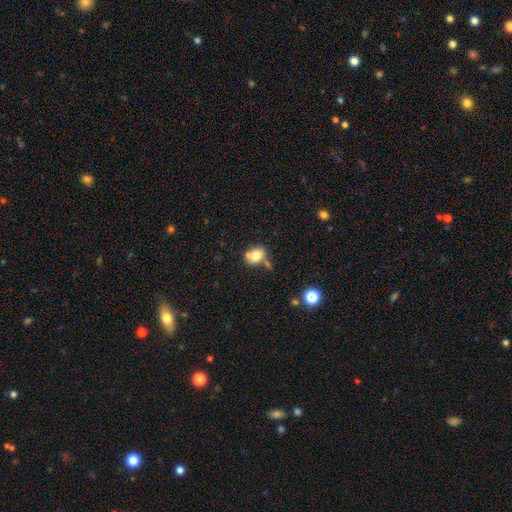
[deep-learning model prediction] This appears to be a smooth galaxy with no disk features (75%) that is round (50%). Merging: none (51%).